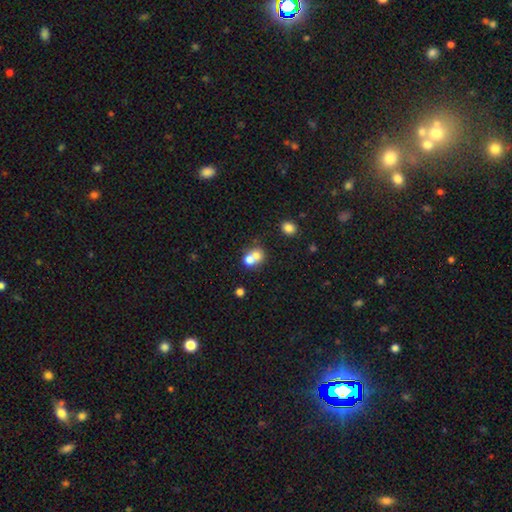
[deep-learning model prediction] Smooth or featured?
  - smooth: 70% *
  - featured or disk: 18%
  - star or artifact: 11%
How rounded?
  - round: 70% *
  - in between: 29%
  - cigar-shaped: 1%
Merging?
  - merger: 63% *
  - none: 28%
  - minor disturbance: 6%
  - major disturbance: 3%